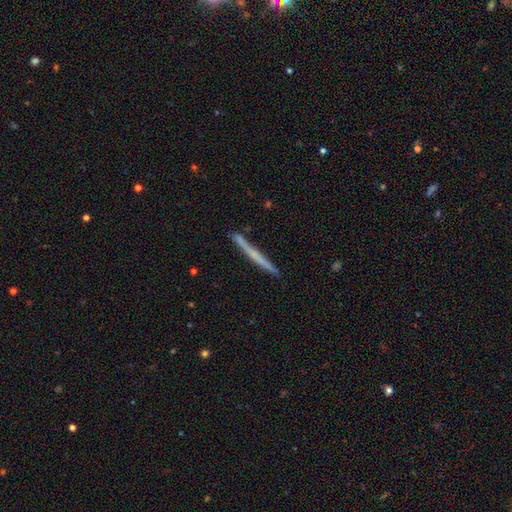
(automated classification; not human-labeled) Smooth or featured? Predicted: featured or disk (p=0.48). Merging? Predicted: none (p=0.89).